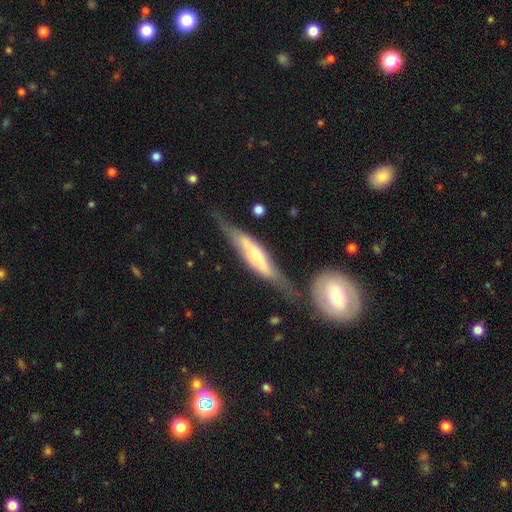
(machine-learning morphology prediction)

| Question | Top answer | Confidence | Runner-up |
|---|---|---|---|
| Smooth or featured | featured or disk | 63% | smooth (31%) |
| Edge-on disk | yes | 78% | no (22%) |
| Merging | none | 56% | minor disturbance (23%) |